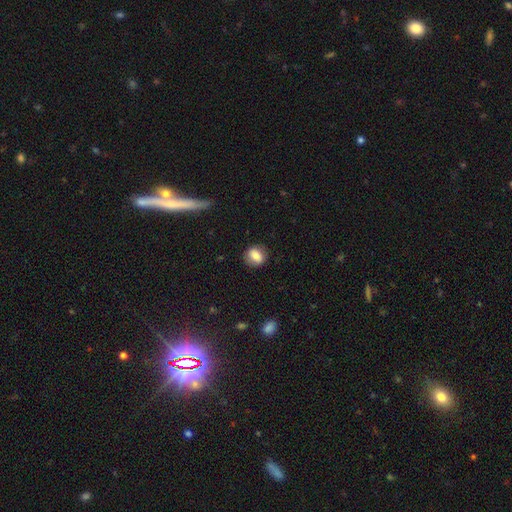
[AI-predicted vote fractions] The model was most divided on "how rounded": round: 60%, in between: 38%, cigar-shaped: 2%. More confident: merging — none (85%); smooth or featured — smooth (77%).